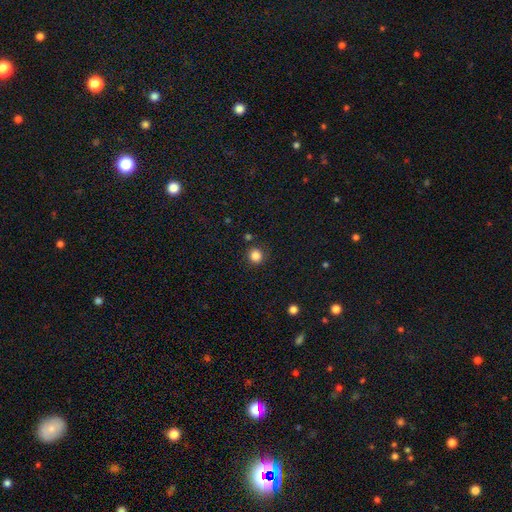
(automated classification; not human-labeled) Smooth or featured: smooth — 85% (star or artifact — 12%)
How rounded: round — 86% (in between — 13%)
Merging: none — 86% (minor disturbance — 8%)